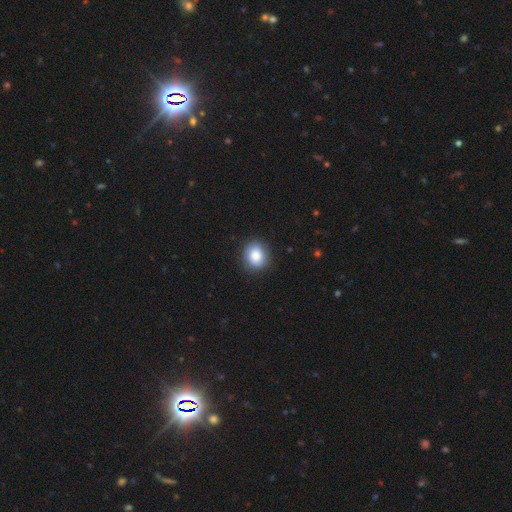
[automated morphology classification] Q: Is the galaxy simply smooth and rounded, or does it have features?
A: smooth — 86%.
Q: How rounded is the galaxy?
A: round — 73%.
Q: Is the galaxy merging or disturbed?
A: none — 87%.